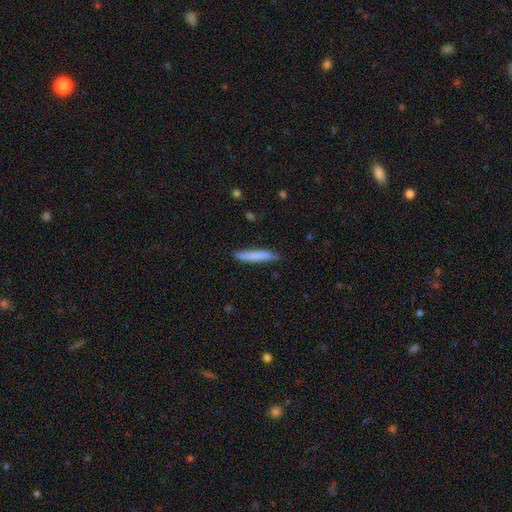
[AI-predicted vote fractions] This appears to be a smooth galaxy with no disk features (77%) that is cigar-shaped (94%). Merging: none (86%).